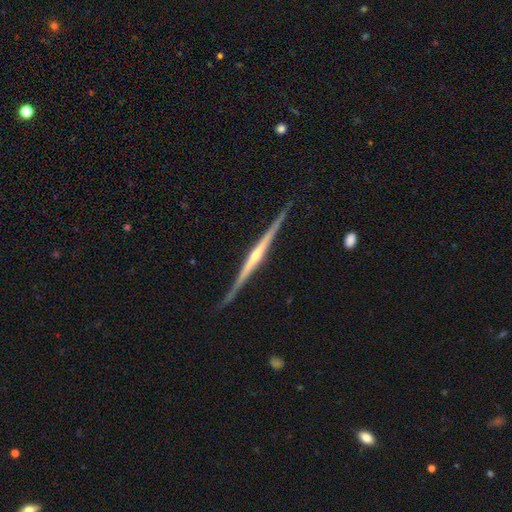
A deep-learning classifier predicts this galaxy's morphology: The model was most divided on "edge-on bulge": rounded: 78%, none: 16%, boxy: 5%. More confident: edge-on disk — yes (98%); smooth or featured — featured or disk (87%); merging — none (87%).